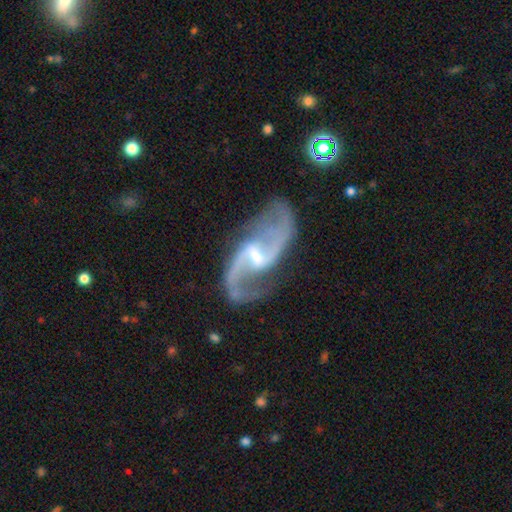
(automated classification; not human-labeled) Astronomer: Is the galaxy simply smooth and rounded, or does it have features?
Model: featured or disk — 92%.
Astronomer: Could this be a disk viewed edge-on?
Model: no — 97%.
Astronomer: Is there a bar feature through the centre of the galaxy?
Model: weak — 53% (runner-up: strong, 30%).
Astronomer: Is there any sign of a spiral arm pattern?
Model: yes — 98%.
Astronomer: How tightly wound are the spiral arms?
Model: loose — 55% (runner-up: medium, 37%).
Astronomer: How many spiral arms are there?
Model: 2 — 93%.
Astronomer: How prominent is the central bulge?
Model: small — 58%.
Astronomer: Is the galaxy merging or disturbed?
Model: none — 74%.